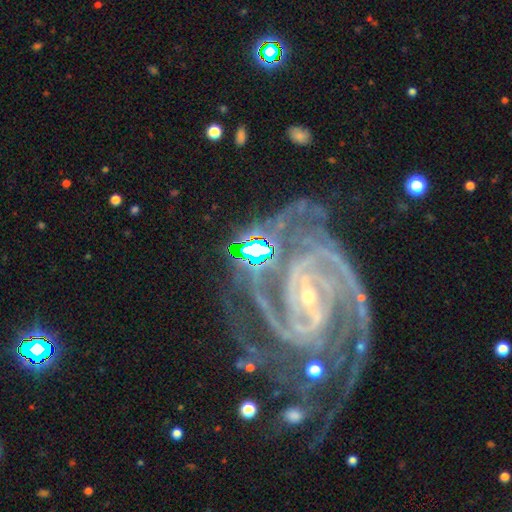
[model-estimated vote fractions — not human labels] Smooth or featured? featured or disk (93%)
Edge-on disk? no (98%)
Bar? strong (36%)
Spiral arms? yes (99%)
Spiral winding? tight (64%)
Spiral arm count? 2 (38%)
Bulge size? small (84%)
Merging? none (52%)